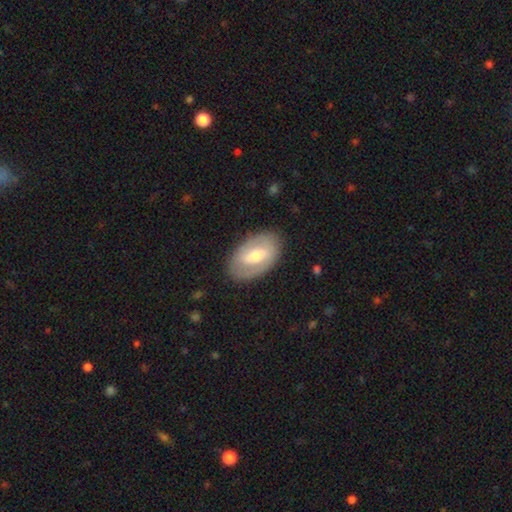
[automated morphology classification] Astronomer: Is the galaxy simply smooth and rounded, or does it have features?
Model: featured or disk — 58% (runner-up: smooth, 36%).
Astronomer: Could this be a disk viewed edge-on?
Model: no — 92%.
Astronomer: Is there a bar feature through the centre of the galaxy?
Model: weak — 44% (runner-up: strong, 32%).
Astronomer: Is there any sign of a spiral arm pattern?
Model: yes — 51% (runner-up: no, 49%).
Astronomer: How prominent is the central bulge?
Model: moderate — 65%.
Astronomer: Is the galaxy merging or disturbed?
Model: none — 83%.